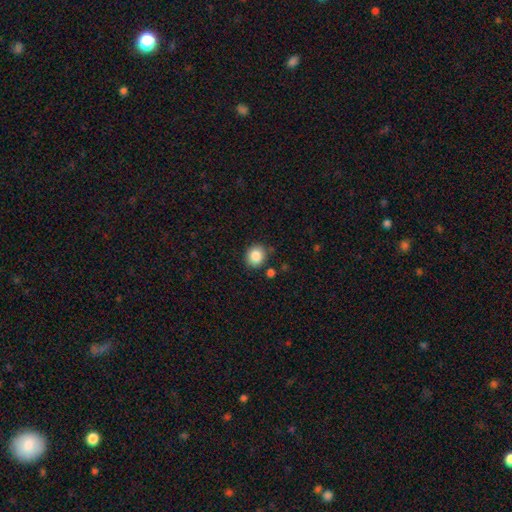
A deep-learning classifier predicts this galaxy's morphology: Smooth or featured? smooth (86%)
How rounded? round (80%)
Merging? none (82%)